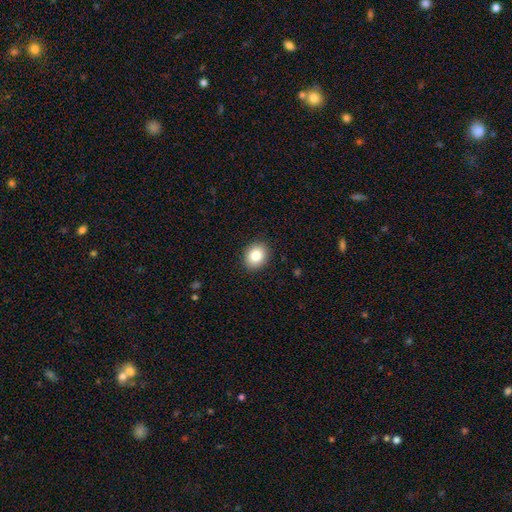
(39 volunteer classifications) smooth 87%, featured or disk 8%, star or artifact 5%. Down the decision tree: how rounded — round (74%); merging — none (95%).